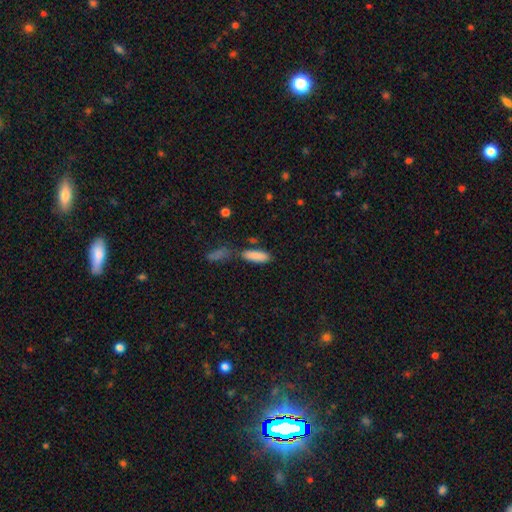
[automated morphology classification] This appears to be a smooth galaxy with no disk features (87%) that is in between round and cigar-shaped (57%). Merging: none (66%).